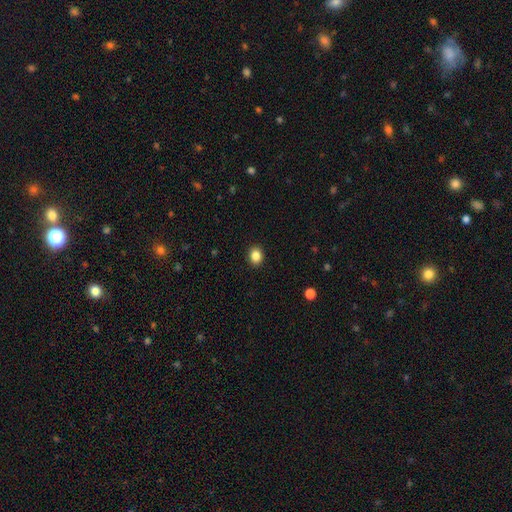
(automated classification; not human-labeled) Morphology: type=smooth (86%); roundness=round (55%); merging=none (91%).